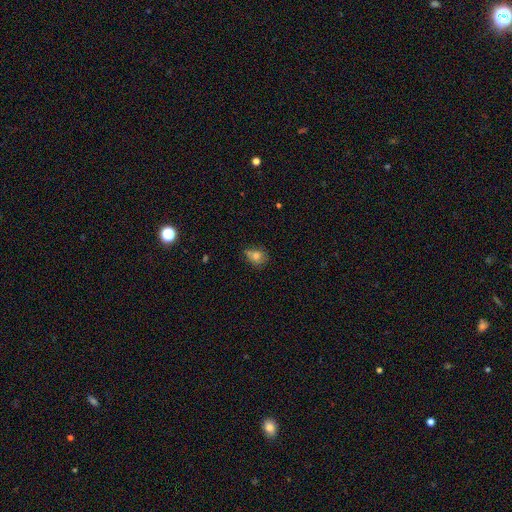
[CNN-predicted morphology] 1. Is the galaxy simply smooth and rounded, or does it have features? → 73% smooth, 14% featured or disk, 13% star or artifact.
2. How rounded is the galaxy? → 58% round, 40% in between, 1% cigar-shaped.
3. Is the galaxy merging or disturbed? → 55% none, 25% minor disturbance, 13% merger, 7% major disturbance.